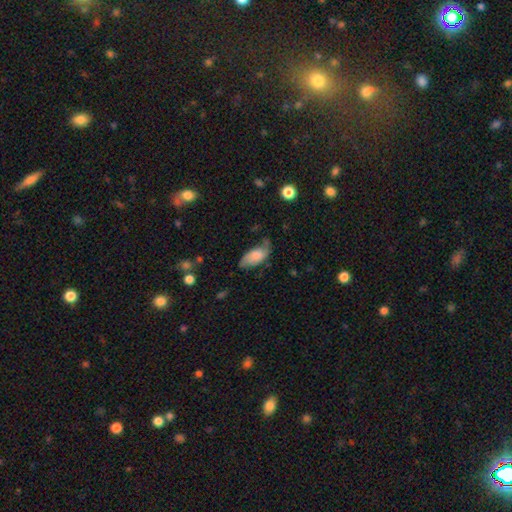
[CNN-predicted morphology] Smooth or featured? Predicted: smooth (p=0.61). How rounded? Predicted: in between (p=0.90). Merging? Predicted: none (p=0.48).